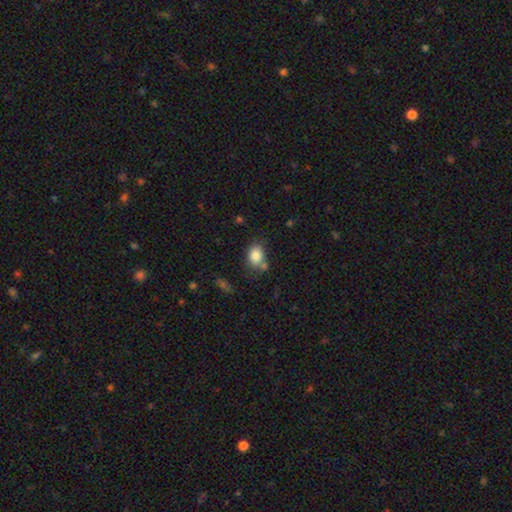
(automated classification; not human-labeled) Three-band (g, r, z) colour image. It shows a smooth galaxy with no disk features (84%) that is in between round and cigar-shaped (73%). Merging: none (63%).